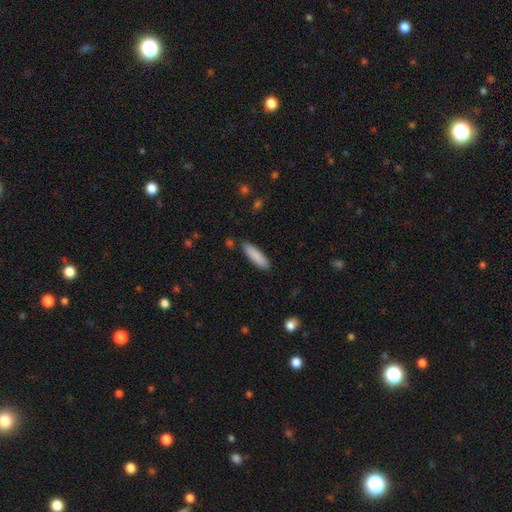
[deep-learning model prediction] Q: Smooth or featured?
A: smooth (87%); runner-up: featured or disk (7%)
Q: How rounded?
A: cigar-shaped (64%); runner-up: in between (35%)
Q: Merging?
A: none (87%); runner-up: minor disturbance (10%)